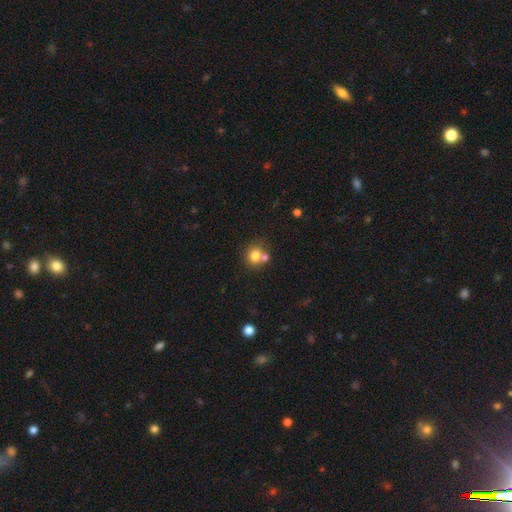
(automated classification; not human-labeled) Smooth or featured? smooth (77%)
How rounded? round (82%)
Merging? none (52%)